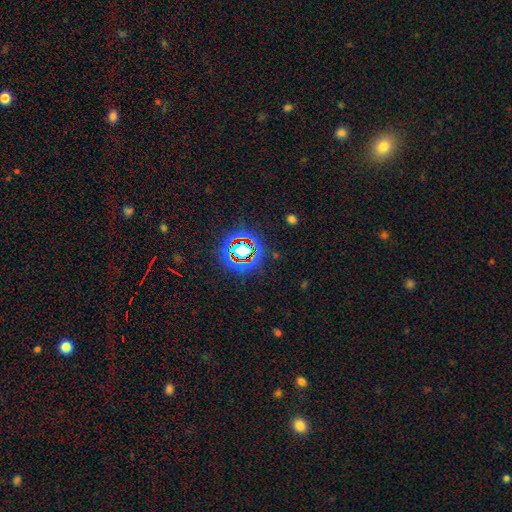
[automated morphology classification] This is likely a star or artifact rather than a galaxy (63%).